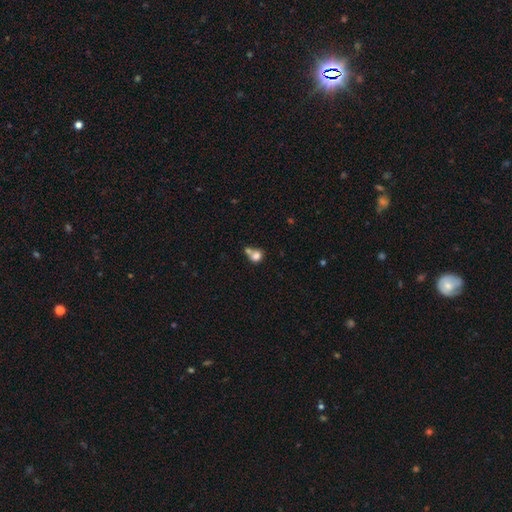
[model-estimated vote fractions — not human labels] The model was most divided on "merging": merger: 52%, none: 34%, minor disturbance: 10%, major disturbance: 5%. More confident: smooth or featured — smooth (77%); how rounded — round (70%).